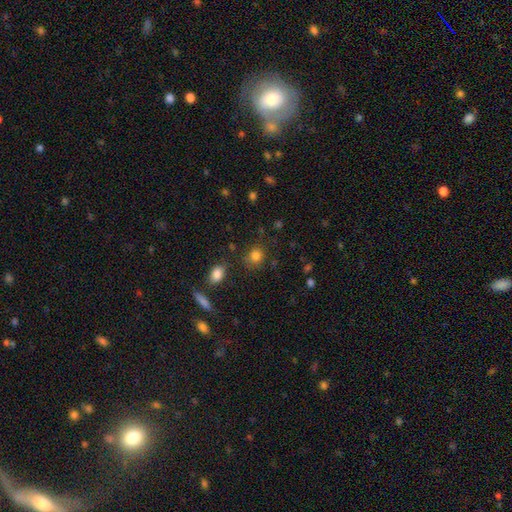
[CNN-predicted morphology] Smooth or featured?
  - smooth: 82% *
  - star or artifact: 13%
  - featured or disk: 6%
How rounded?
  - round: 80% *
  - in between: 19%
  - cigar-shaped: 1%
Merging?
  - none: 78% *
  - minor disturbance: 13%
  - merger: 5%
  - major disturbance: 4%